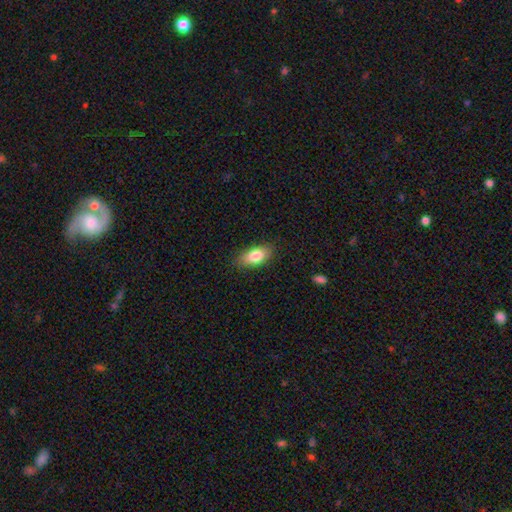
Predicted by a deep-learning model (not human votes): Smooth or featured? Predicted: smooth (p=0.81). How rounded? Predicted: in between (p=0.87). Merging? Predicted: none (p=0.85).